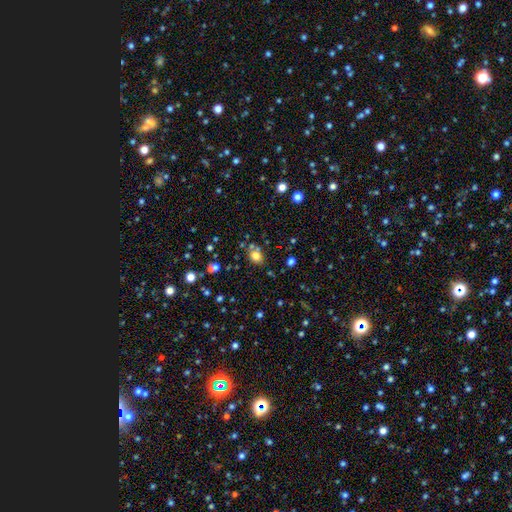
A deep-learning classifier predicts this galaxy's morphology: Smooth or featured?
  - smooth: 76% *
  - star or artifact: 14%
  - featured or disk: 9%
How rounded?
  - in between: 50% *
  - round: 48%
  - cigar-shaped: 1%
Merging?
  - none: 70% *
  - minor disturbance: 14%
  - merger: 12%
  - major disturbance: 4%